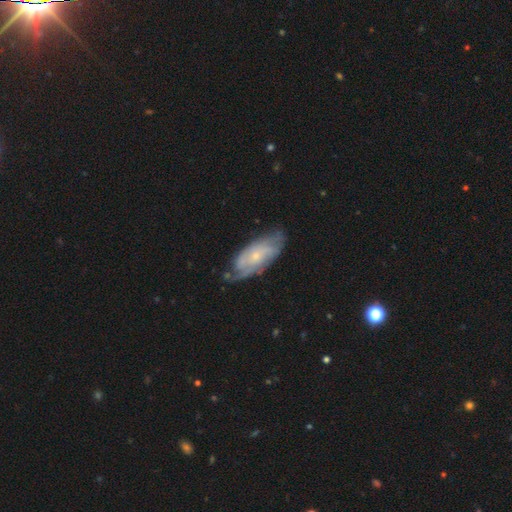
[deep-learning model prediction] Smooth or featured?
  - featured or disk: 72% *
  - smooth: 22%
  - star or artifact: 6%
Edge-on disk?
  - no: 90% *
  - yes: 10%
Bar?
  - no: 71% *
  - weak: 24%
  - strong: 5%
Spiral arms?
  - yes: 87% *
  - no: 13%
Spiral winding?
  - tight: 52% *
  - medium: 35%
  - loose: 13%
Spiral arm count?
  - can't tell: 43% *
  - 2: 33%
  - 3: 11%
  - 4: 5%
  - 1: 4%
  - more than 4: 3%
Bulge size?
  - small: 73% *
  - moderate: 22%
  - none: 3%
  - large: 1%
  - dominant: 1%
Merging?
  - none: 66% *
  - minor disturbance: 25%
  - major disturbance: 8%
  - merger: 2%